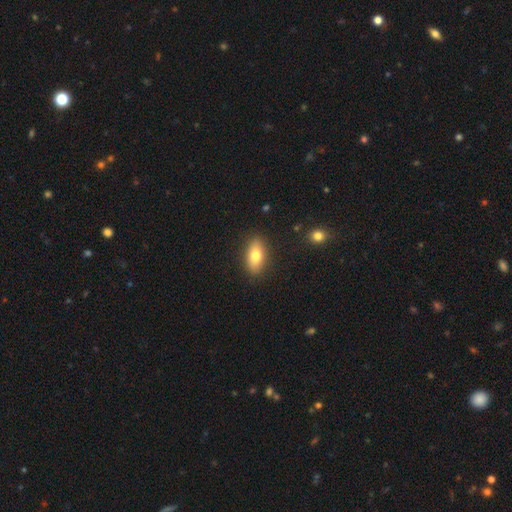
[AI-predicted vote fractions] Smooth or featured? Predicted: smooth (p=0.76). How rounded? Predicted: in between (p=0.87). Merging? Predicted: none (p=0.87).